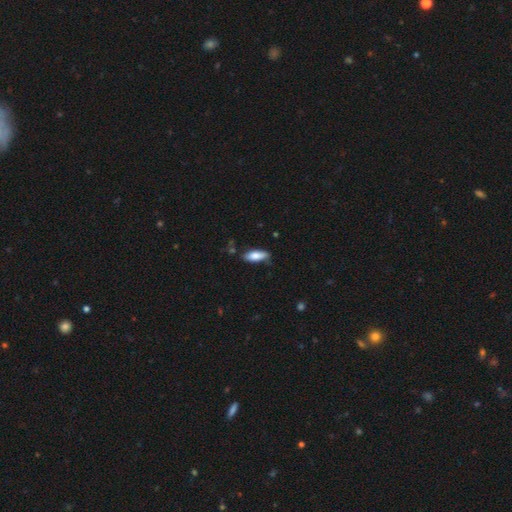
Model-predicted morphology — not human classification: Smooth or featured? Predicted: smooth (p=0.81). How rounded? Predicted: in between (p=0.73). Merging? Predicted: none (p=0.73).